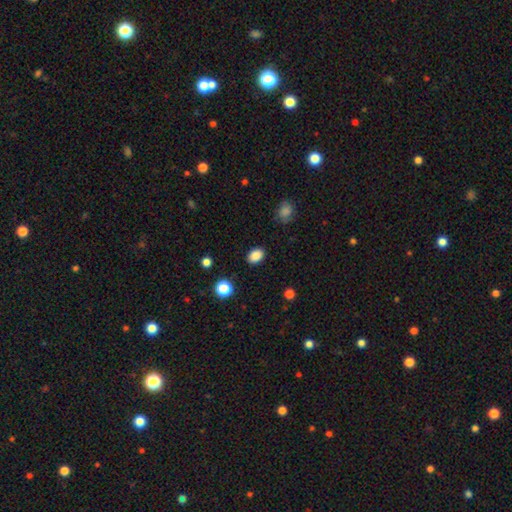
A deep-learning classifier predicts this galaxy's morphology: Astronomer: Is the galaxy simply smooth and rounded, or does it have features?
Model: smooth — 87%.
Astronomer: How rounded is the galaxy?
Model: in between — 74%.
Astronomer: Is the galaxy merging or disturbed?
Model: none — 88%.